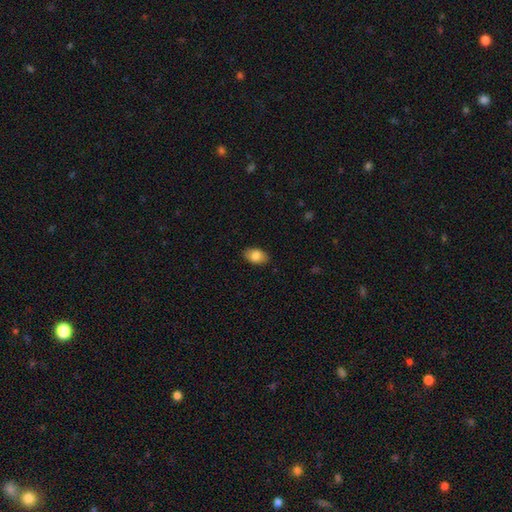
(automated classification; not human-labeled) Q: Smooth or featured?
A: smooth (83%); runner-up: featured or disk (9%)
Q: How rounded?
A: in between (90%); runner-up: round (9%)
Q: Merging?
A: none (87%); runner-up: minor disturbance (10%)